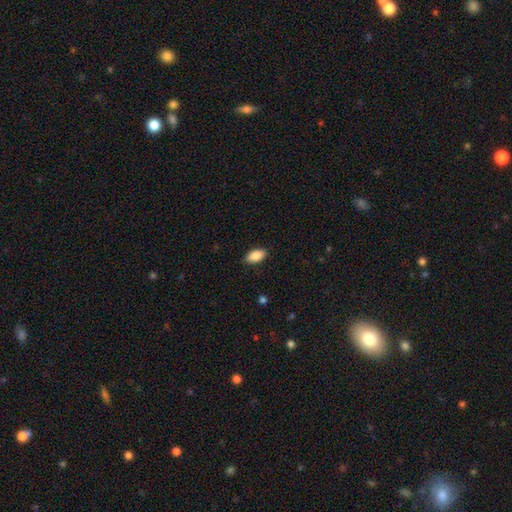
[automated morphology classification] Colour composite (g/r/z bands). It shows a smooth galaxy with no disk features (88%) that is in between round and cigar-shaped (93%). Merging: none (87%).